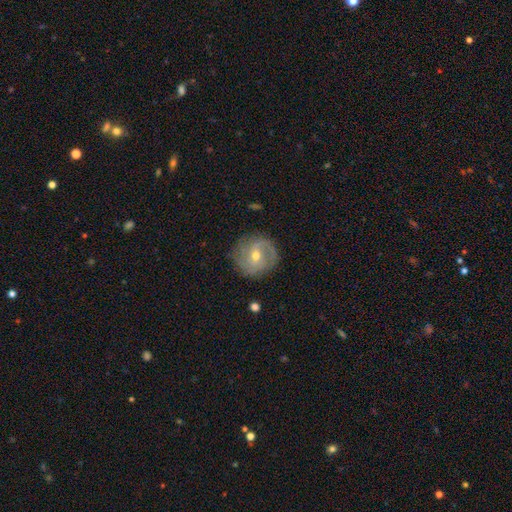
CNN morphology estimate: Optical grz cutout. It shows a featured or disk galaxy (71%) with no bar (45%), 2 (49%) tight (44%) spiral arms (85%) and a moderate central bulge (53%). Merging: none (78%).